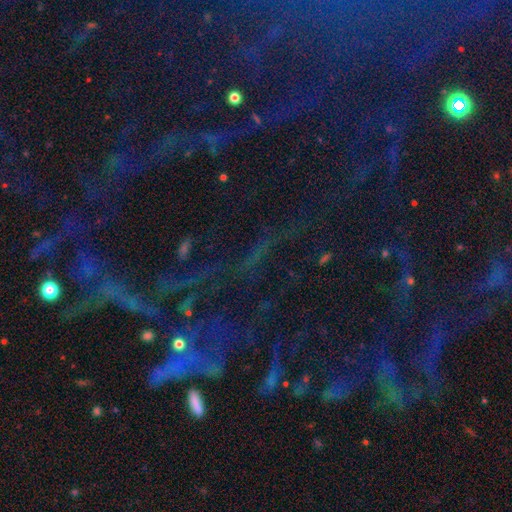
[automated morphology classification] Smooth or featured? star or artifact (77%)